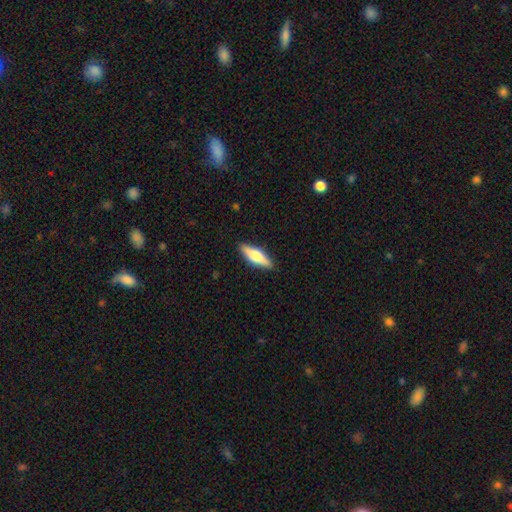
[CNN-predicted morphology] smooth 54%, featured or disk 40%, star or artifact 6%. Down the decision tree: how rounded — cigar-shaped (55%); merging — none (89%).